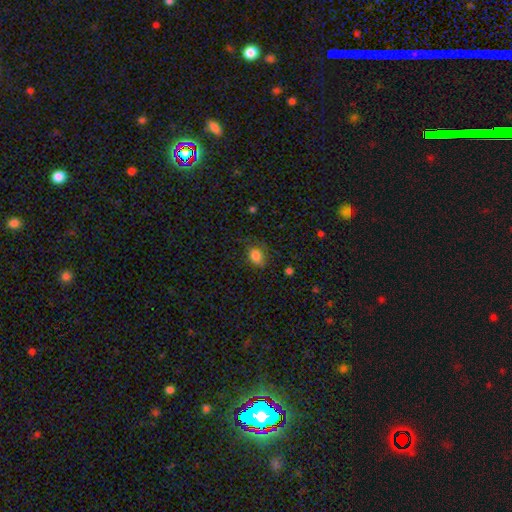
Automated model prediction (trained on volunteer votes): Smooth or featured? Predicted: smooth (p=0.83). How rounded? Predicted: in between (p=0.58). Merging? Predicted: none (p=0.69).